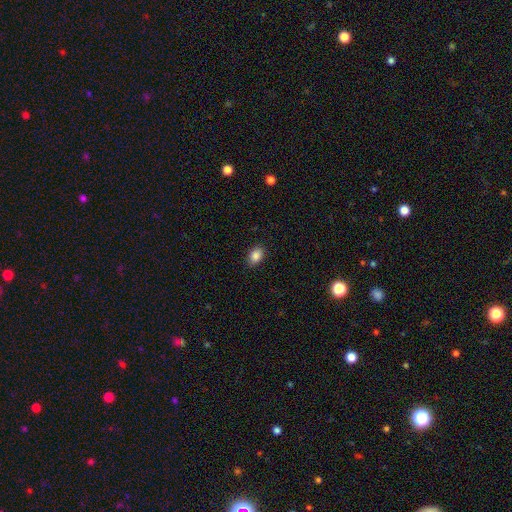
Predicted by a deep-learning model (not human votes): Q: Smooth or featured?
A: smooth (87%); runner-up: star or artifact (9%)
Q: How rounded?
A: in between (79%); runner-up: round (20%)
Q: Merging?
A: none (88%); runner-up: minor disturbance (9%)